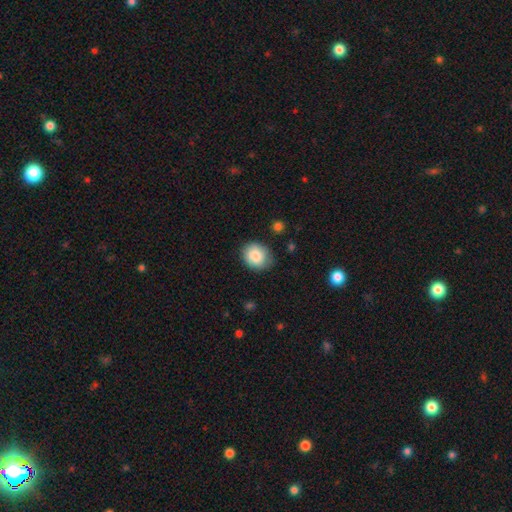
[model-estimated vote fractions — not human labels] Smooth or featured?
  - smooth: 84% *
  - featured or disk: 8%
  - star or artifact: 8%
How rounded?
  - round: 66% *
  - in between: 33%
  - cigar-shaped: 1%
Merging?
  - none: 79% *
  - minor disturbance: 16%
  - major disturbance: 3%
  - merger: 2%